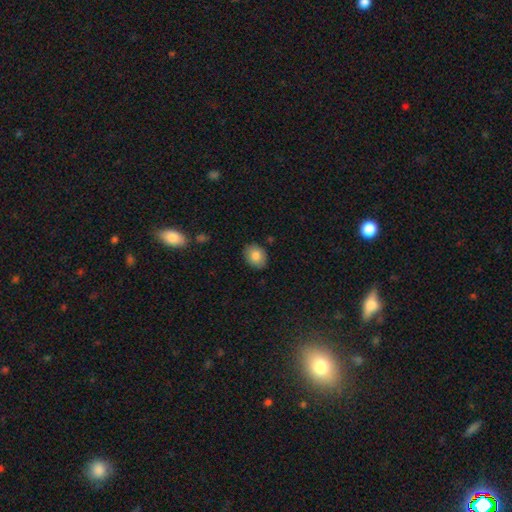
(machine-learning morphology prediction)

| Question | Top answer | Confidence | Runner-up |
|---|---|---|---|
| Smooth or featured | smooth | 84% | featured or disk (8%) |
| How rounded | in between | 56% | round (43%) |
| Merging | none | 85% | minor disturbance (11%) |